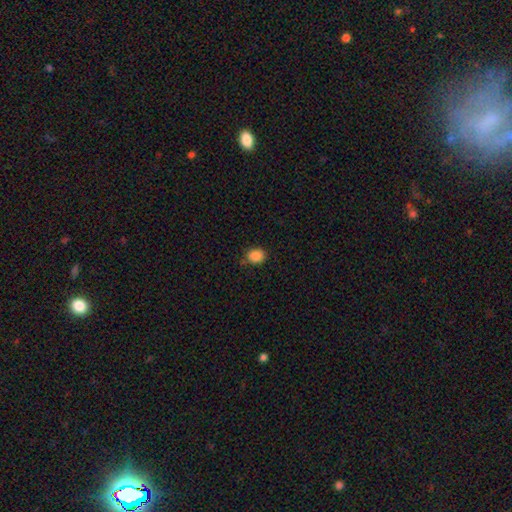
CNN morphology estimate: A smooth galaxy with no disk features (87%) that is round (54%).

Vote fractions:
- Smooth or featured? smooth: 87% / star or artifact: 9% / featured or disk: 3%
- How rounded? round: 54% / in between: 45% / cigar-shaped: 1%
- Merging? none: 80% / minor disturbance: 14% / major disturbance: 3% / merger: 3%